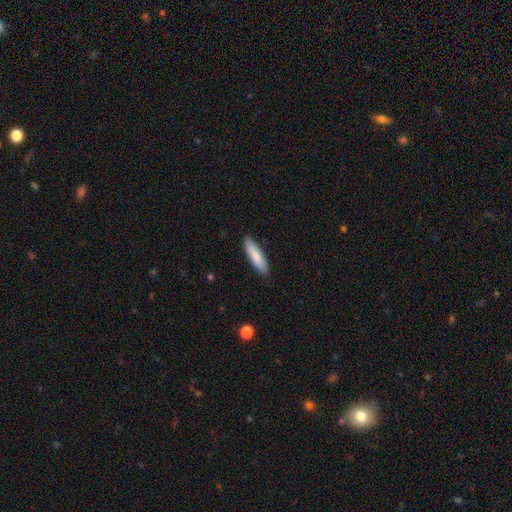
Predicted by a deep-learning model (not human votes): This appears to be a smooth galaxy with no disk features (83%) that is cigar-shaped (59%). Merging: none (87%).